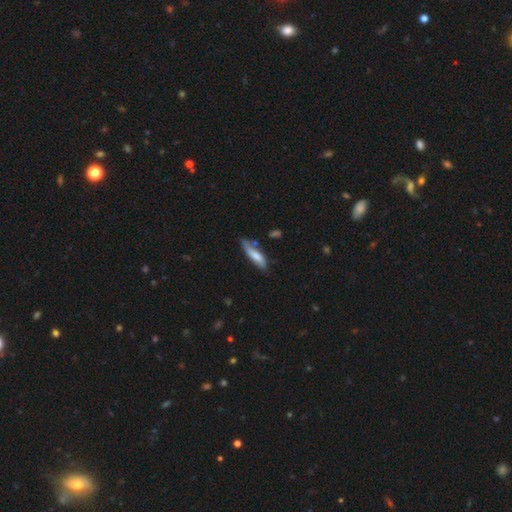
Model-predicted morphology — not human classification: This appears to be a smooth galaxy with no disk features (67%) that is cigar-shaped (70%). Merging: none (57%).